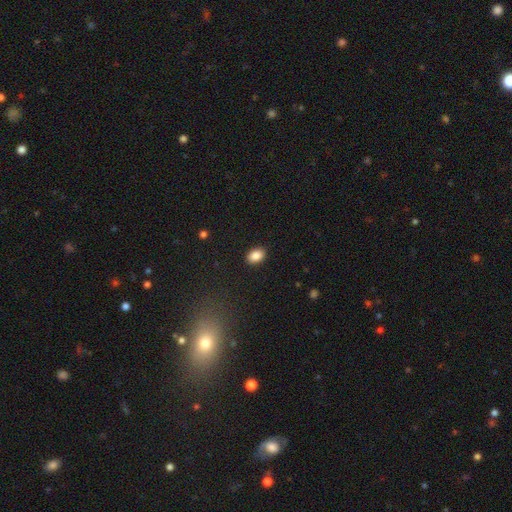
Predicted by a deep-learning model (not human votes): Smooth or featured? Predicted: smooth (p=0.88). How rounded? Predicted: in between (p=0.80). Merging? Predicted: none (p=0.89).